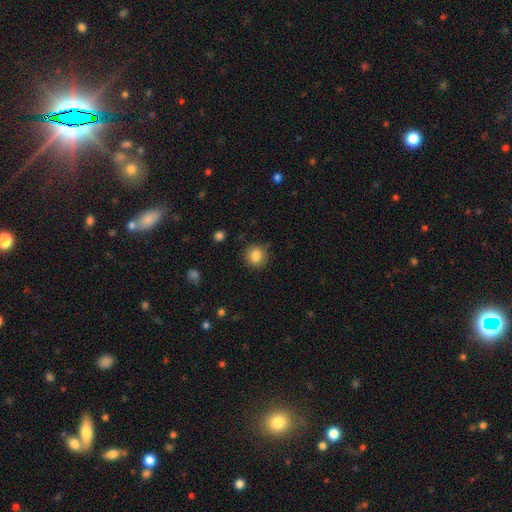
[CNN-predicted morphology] Smooth or featured? Predicted: smooth (p=0.84). How rounded? Predicted: round (p=0.88). Merging? Predicted: none (p=0.85).